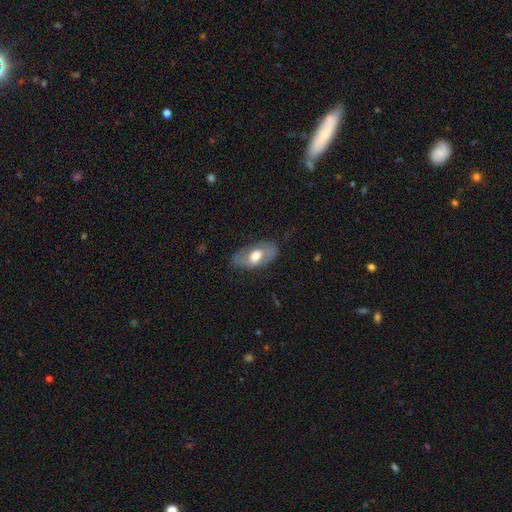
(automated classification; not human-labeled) Smooth or featured? smooth (52%)
How rounded? in between (90%)
Merging? none (71%)